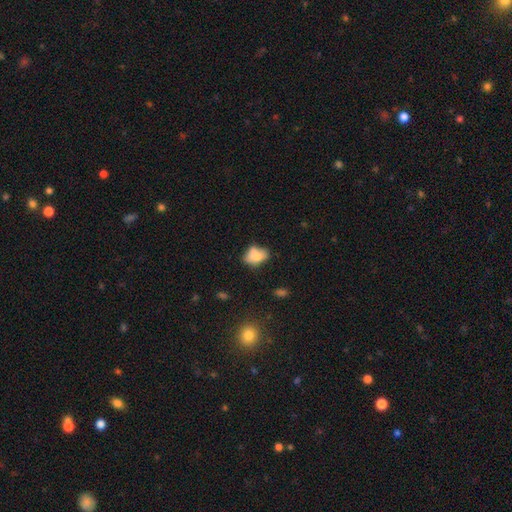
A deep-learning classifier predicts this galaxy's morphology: Overall: smooth (65%). How rounded: in between (73%). Merging: none (46%; minor disturbance 25%).